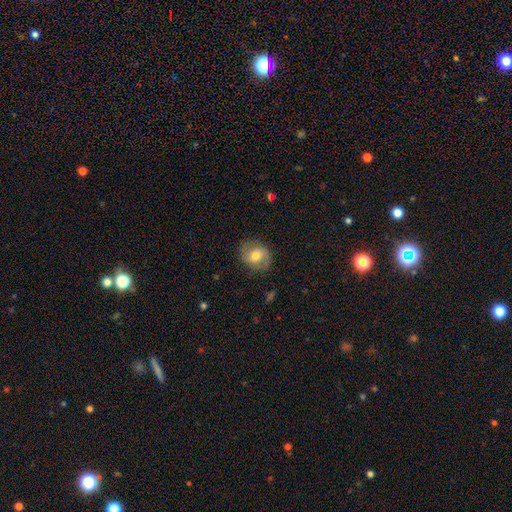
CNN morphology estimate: A smooth galaxy with no disk features (55%) that is round (61%). Merging: none (79%).